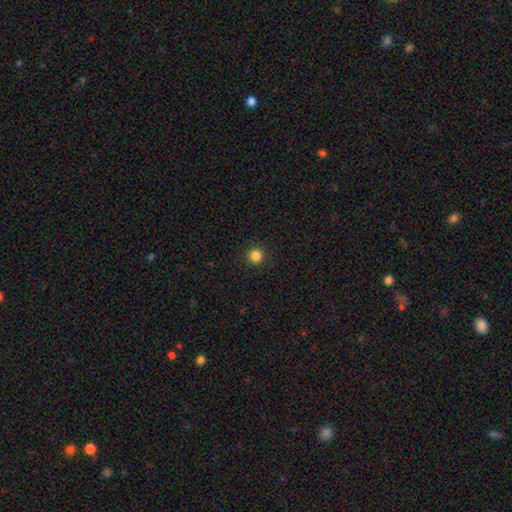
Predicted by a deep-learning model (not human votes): smooth-or-featured: smooth: 85% | star or artifact: 12% | featured or disk: 3%
  how-rounded: round: 96% | in between: 3% | cigar-shaped: 1%
  merging: none: 93% | minor disturbance: 4% | major disturbance: 2% | merger: 1%